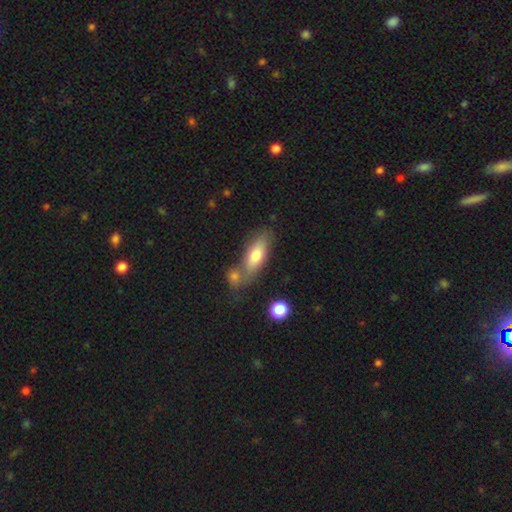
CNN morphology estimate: This appears to be a smooth galaxy with no disk features (71%) that is in between round and cigar-shaped (71%). Merging: none (50%).